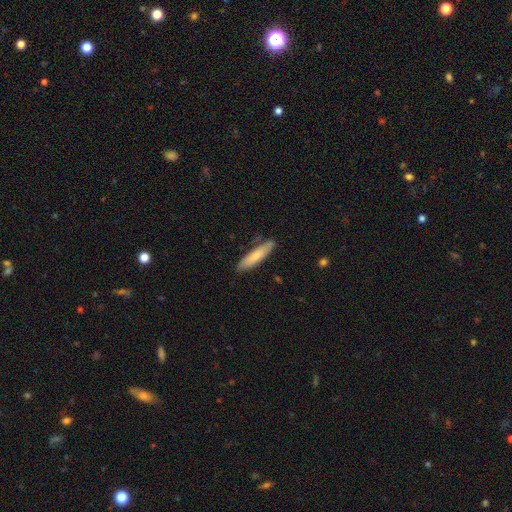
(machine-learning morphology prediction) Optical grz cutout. It shows a smooth galaxy with no disk features (73%) that is cigar-shaped (78%). Merging: none (82%).